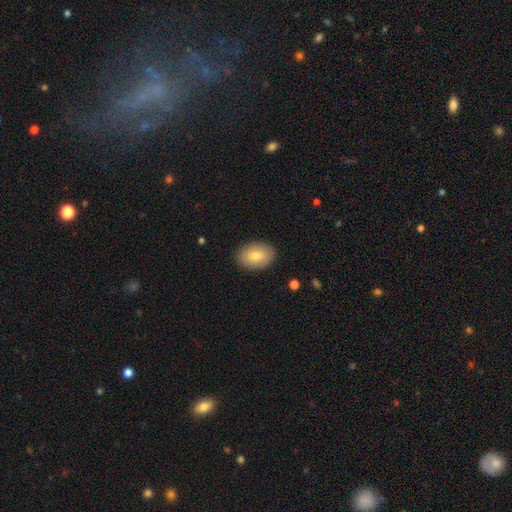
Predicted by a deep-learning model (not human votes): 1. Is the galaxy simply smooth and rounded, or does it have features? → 79% smooth, 14% featured or disk, 7% star or artifact.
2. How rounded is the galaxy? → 84% in between, 15% round, 1% cigar-shaped.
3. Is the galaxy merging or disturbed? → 90% none, 8% minor disturbance, 2% major disturbance, 1% merger.